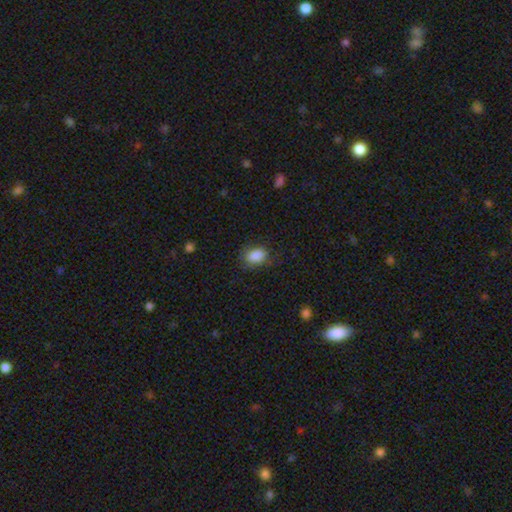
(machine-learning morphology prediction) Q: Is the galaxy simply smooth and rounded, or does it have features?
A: smooth — 87%.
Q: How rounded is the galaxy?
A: in between — 81%.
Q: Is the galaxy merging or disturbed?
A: none — 73%.